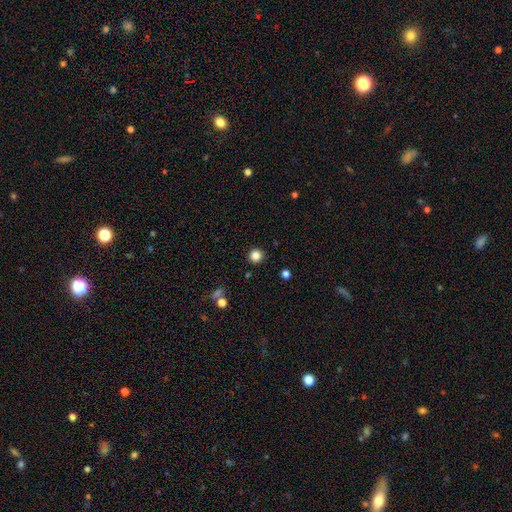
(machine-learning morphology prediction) Smooth or featured: smooth — 84% (star or artifact — 12%)
How rounded: round — 95% (in between — 4%)
Merging: none — 92% (minor disturbance — 5%)